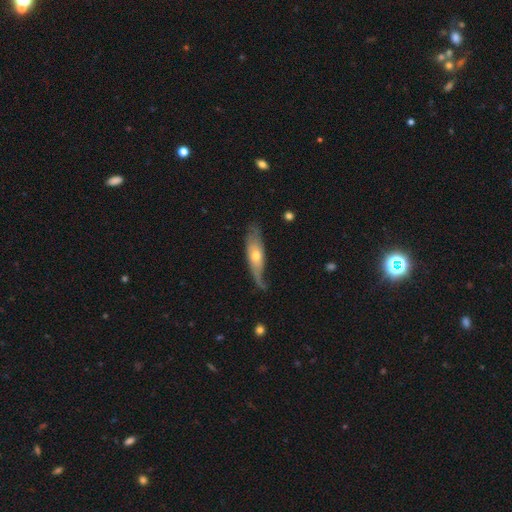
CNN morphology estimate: smooth_or_featured: featured or disk (p=0.59) [alt: smooth p=0.35]
disk_edge_on: no (p=0.56) [alt: yes p=0.44]
merging: none (p=0.52) [alt: minor disturbance p=0.30]